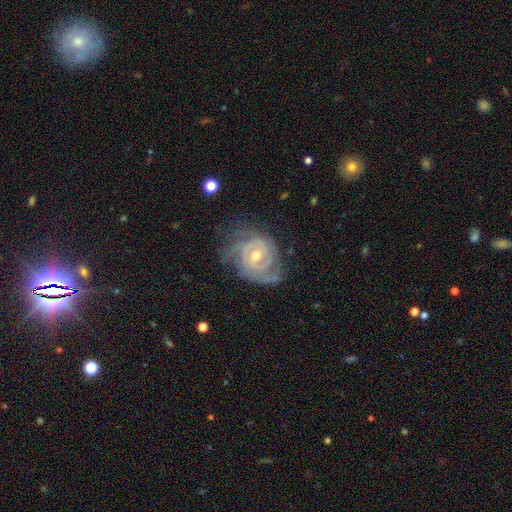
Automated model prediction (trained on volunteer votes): Q: Smooth or featured?
A: featured or disk (89%); runner-up: smooth (6%)
Q: Edge-on disk?
A: no (97%); runner-up: yes (3%)
Q: Bar?
A: no (62%); runner-up: weak (30%)
Q: Spiral arms?
A: yes (97%); runner-up: no (3%)
Q: Spiral winding?
A: tight (70%); runner-up: medium (25%)
Q: Spiral arm count?
A: 2 (36%); runner-up: 3 (28%)
Q: Bulge size?
A: moderate (57%); runner-up: small (40%)
Q: Merging?
A: none (65%); runner-up: minor disturbance (22%)